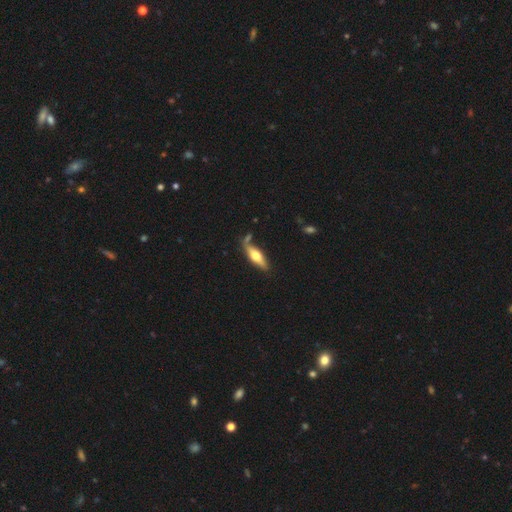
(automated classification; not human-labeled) Q: Smooth or featured?
A: featured or disk (51%); runner-up: smooth (44%)
Q: Edge-on disk?
A: yes (86%); runner-up: no (14%)
Q: Merging?
A: none (68%); runner-up: minor disturbance (18%)